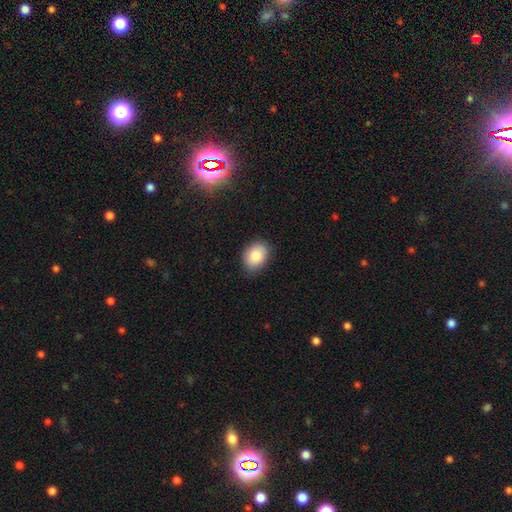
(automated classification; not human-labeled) Smooth or featured? Predicted: smooth (p=0.85). How rounded? Predicted: in between (p=0.72). Merging? Predicted: none (p=0.85).